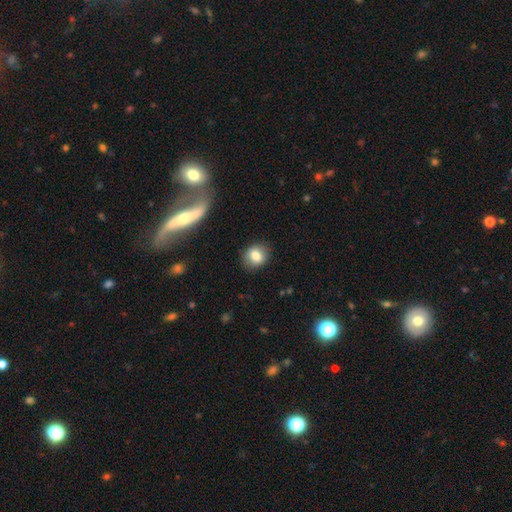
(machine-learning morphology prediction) Smooth or featured? smooth (79%)
How rounded? round (67%)
Merging? none (86%)